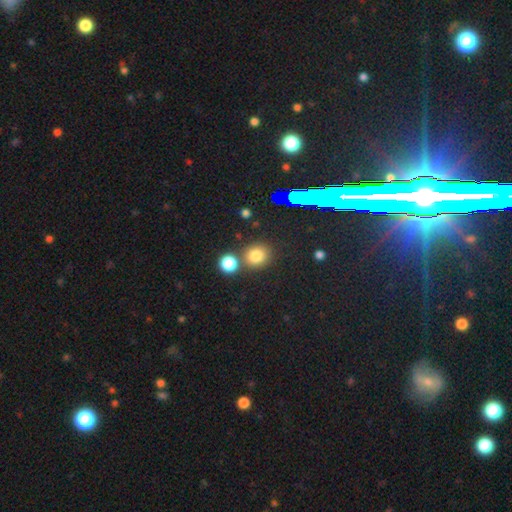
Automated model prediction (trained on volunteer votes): The model was most divided on "merging": none: 71%, merger: 17%, minor disturbance: 8%, major disturbance: 3%. More confident: how rounded — round (83%); smooth or featured — smooth (77%).